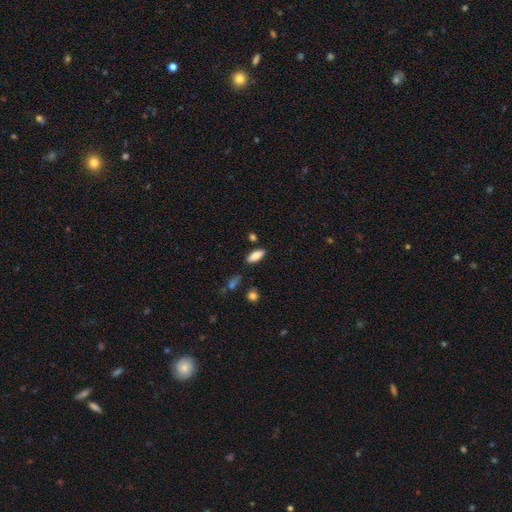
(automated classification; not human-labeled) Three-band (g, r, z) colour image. It shows a smooth galaxy with no disk features (83%) that is in between round and cigar-shaped (76%). Merging: none (83%).